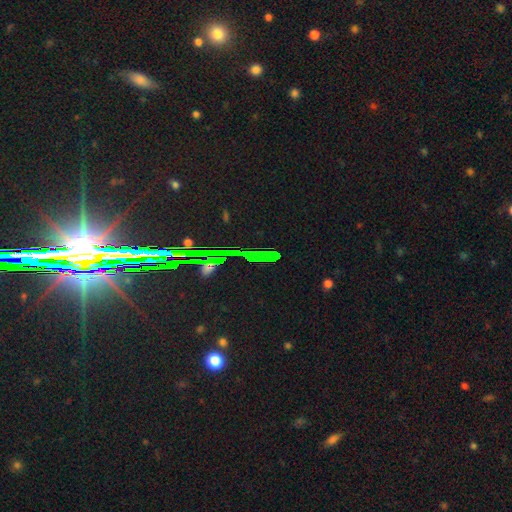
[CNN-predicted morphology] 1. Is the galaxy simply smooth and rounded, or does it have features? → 81% star or artifact, 11% featured or disk, 8% smooth.